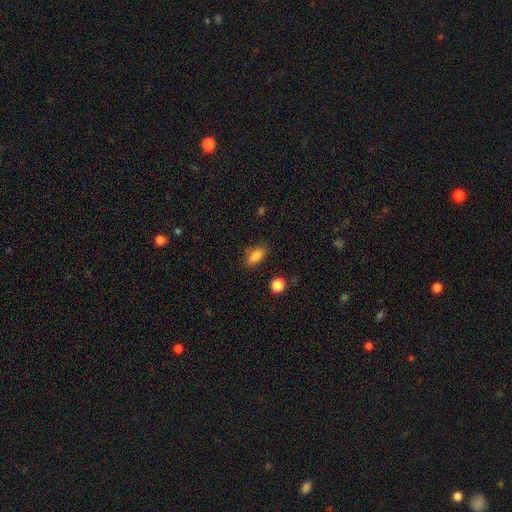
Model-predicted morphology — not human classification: A smooth galaxy with no disk features (82%) that is in between round and cigar-shaped (82%).

Vote fractions:
- Smooth or featured? smooth: 82% / featured or disk: 10% / star or artifact: 9%
- How rounded? in between: 82% / cigar-shaped: 12% / round: 6%
- Merging? none: 82% / minor disturbance: 13% / major disturbance: 3% / merger: 2%